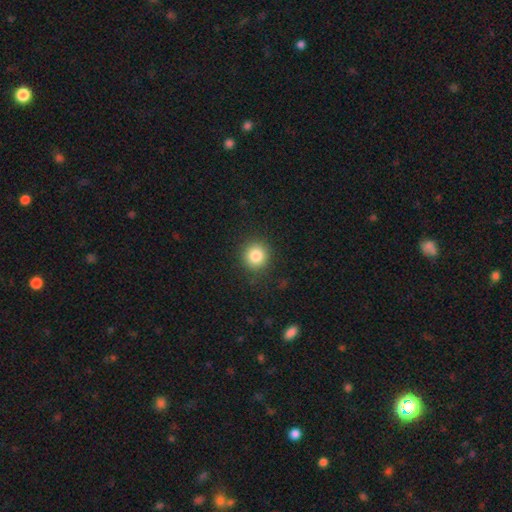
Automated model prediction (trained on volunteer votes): Q: Smooth or featured?
A: smooth (84%); runner-up: star or artifact (10%)
Q: How rounded?
A: round (91%); runner-up: in between (8%)
Q: Merging?
A: none (89%); runner-up: minor disturbance (8%)